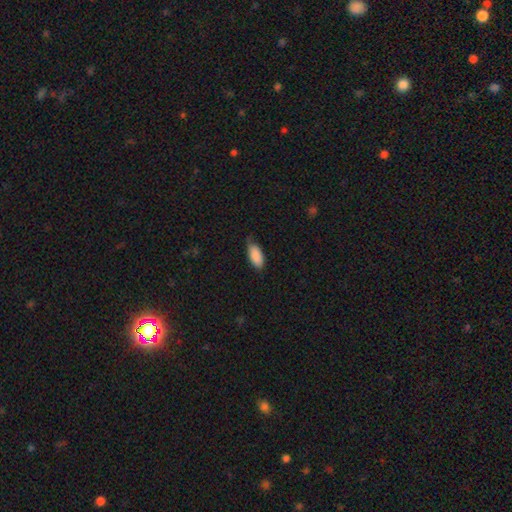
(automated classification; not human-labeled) Smooth or featured? smooth (88%)
How rounded? in between (89%)
Merging? none (63%)